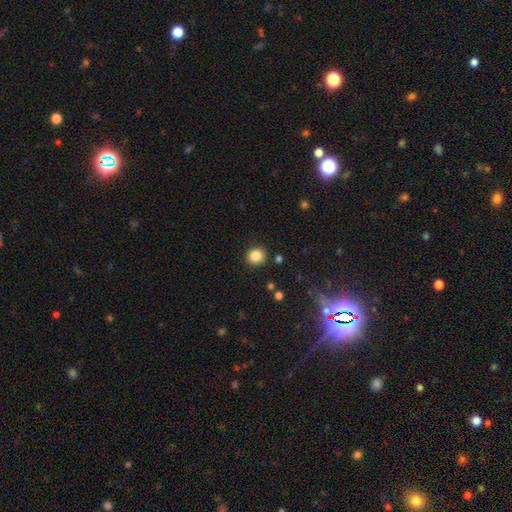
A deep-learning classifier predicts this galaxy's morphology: Smooth or featured? smooth (85%)
How rounded? round (82%)
Merging? none (88%)